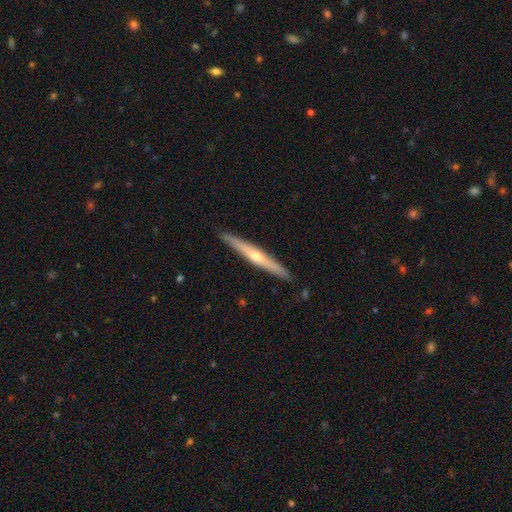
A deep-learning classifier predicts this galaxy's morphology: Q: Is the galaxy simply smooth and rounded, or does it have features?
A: featured or disk — 62%.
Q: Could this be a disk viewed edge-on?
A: yes — 97%.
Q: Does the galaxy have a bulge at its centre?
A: rounded — 76%.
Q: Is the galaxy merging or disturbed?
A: none — 91%.